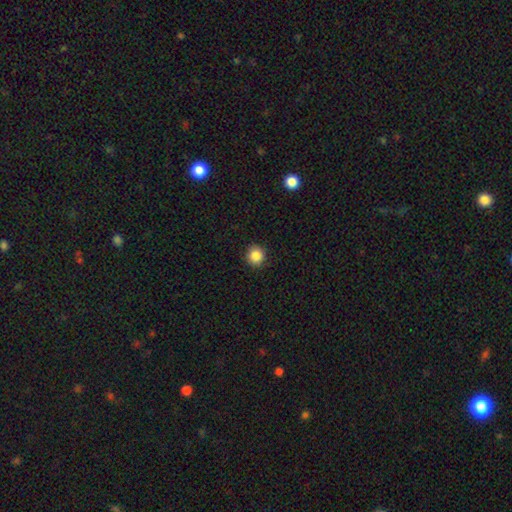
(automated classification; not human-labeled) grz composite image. It shows a smooth galaxy with no disk features (86%) that is round (92%). Merging: none (91%).